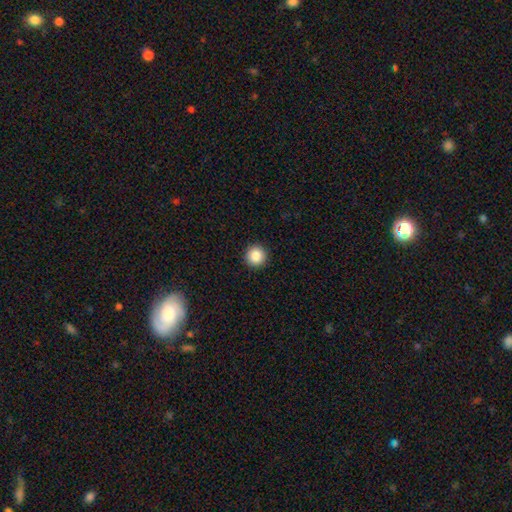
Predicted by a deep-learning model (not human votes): A smooth galaxy with no disk features (87%) that is round (96%). Merging: none (93%).